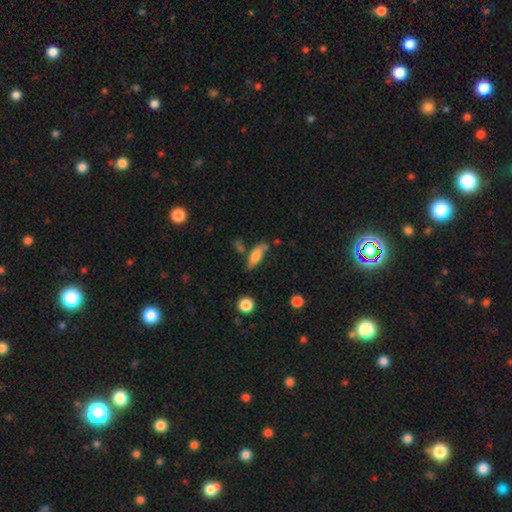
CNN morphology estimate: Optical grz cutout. It shows a smooth galaxy with no disk features (74%) that is in between round and cigar-shaped (62%). Merging: none (64%).